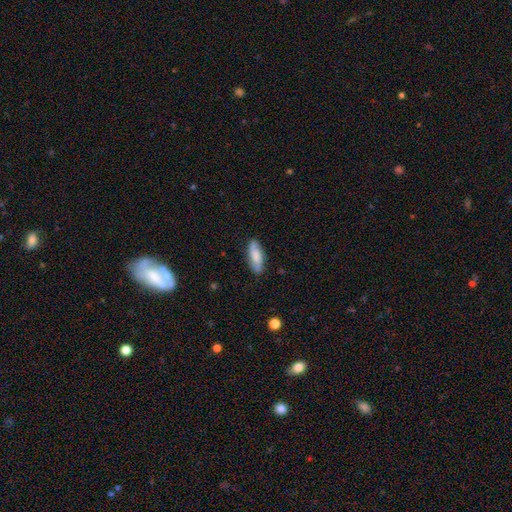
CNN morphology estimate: Smooth or featured?
  - smooth: 72% *
  - featured or disk: 21%
  - star or artifact: 6%
How rounded?
  - in between: 66% *
  - cigar-shaped: 32%
  - round: 2%
Merging?
  - none: 83% *
  - minor disturbance: 13%
  - major disturbance: 3%
  - merger: 1%